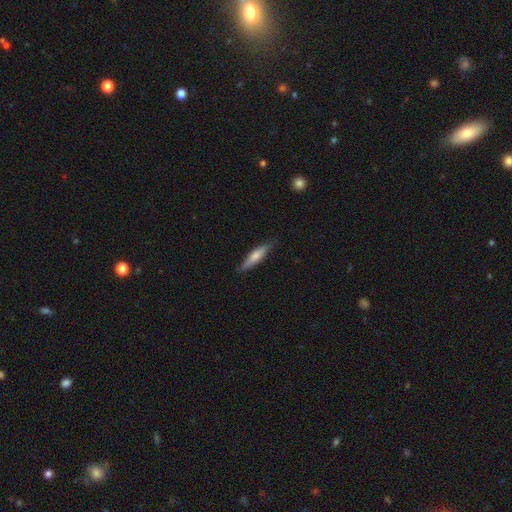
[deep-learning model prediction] Q: Smooth or featured?
A: smooth (61%); runner-up: featured or disk (33%)
Q: How rounded?
A: cigar-shaped (83%); runner-up: in between (15%)
Q: Merging?
A: none (84%); runner-up: minor disturbance (13%)